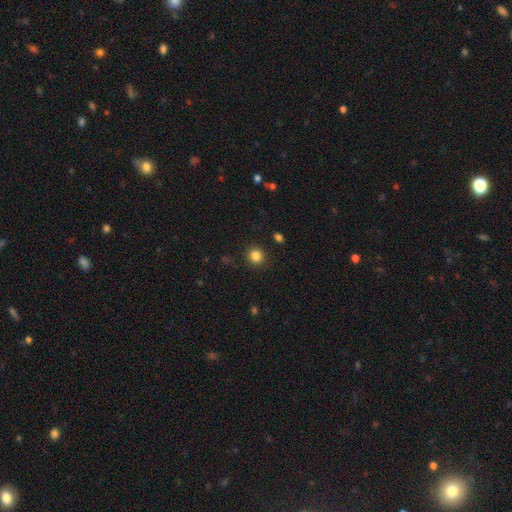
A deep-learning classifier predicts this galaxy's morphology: smooth 84%, star or artifact 12%, featured or disk 4%. Down the decision tree: how rounded — round (90%); merging — none (90%).